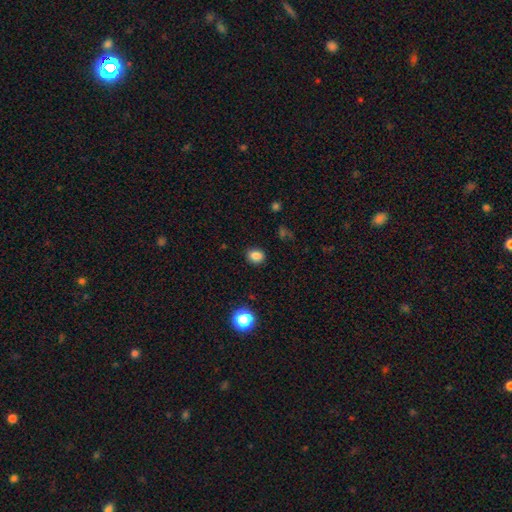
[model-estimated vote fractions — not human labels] A smooth galaxy with no disk features (83%) that is round (58%). Merging: none (87%).